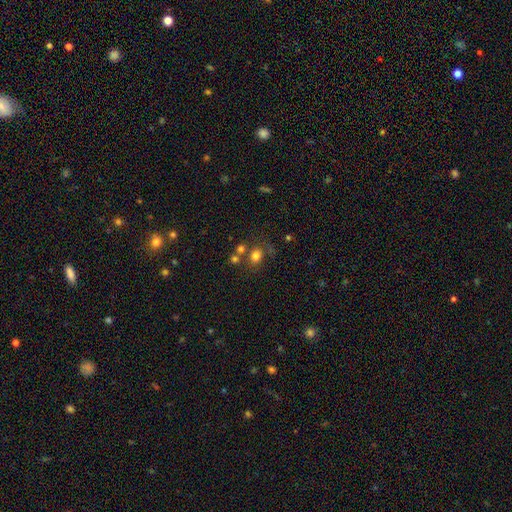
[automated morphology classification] This appears to be a smooth galaxy with no disk features (76%) that is round (65%). Merging: none (61%).